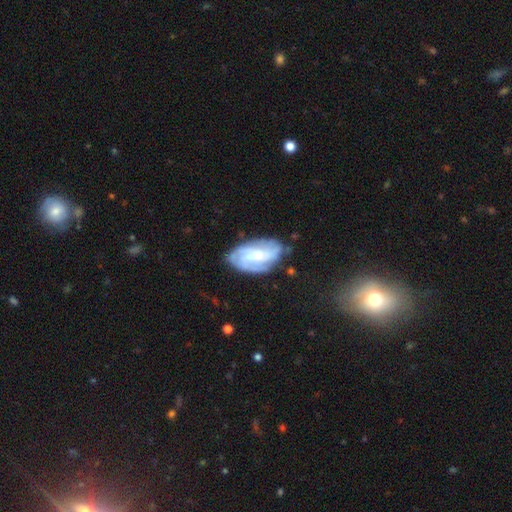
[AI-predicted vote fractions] A featured or disk galaxy (75%) with no bar (51%), tight (51%) spiral arms (91%) and a small central bulge (61%).

Vote fractions:
- Smooth or featured? featured or disk: 75% / smooth: 19% / star or artifact: 6%
- Edge-on disk? no: 96% / yes: 4%
- Bar? no: 51% / weak: 37% / strong: 12%
- Spiral arms? yes: 91% / no: 9%
- Spiral winding? tight: 51% / medium: 37% / loose: 12%
- Spiral arm count? can't tell: 34% / 3: 24% / 2: 17% / 4: 16% / more than 4: 5% / 1: 4%
- Bulge size? small: 61% / moderate: 30% / none: 5% / large: 3% / dominant: 1%
- Merging? none: 68% / minor disturbance: 21% / major disturbance: 8% / merger: 2%